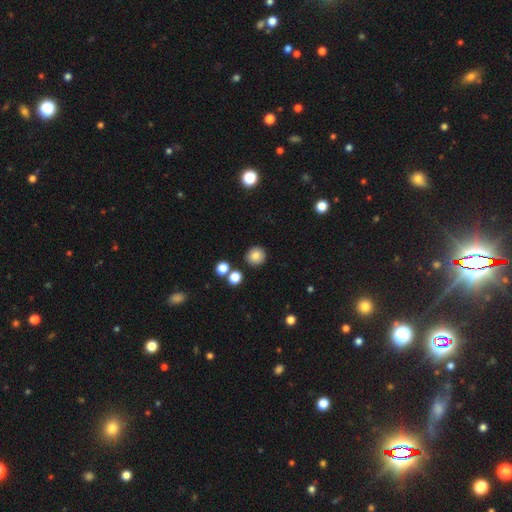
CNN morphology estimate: smooth-or-featured: smooth: 82% | star or artifact: 11% | featured or disk: 7%
  how-rounded: round: 90% | in between: 9% | cigar-shaped: 1%
  merging: none: 87% | minor disturbance: 7% | merger: 4% | major disturbance: 2%